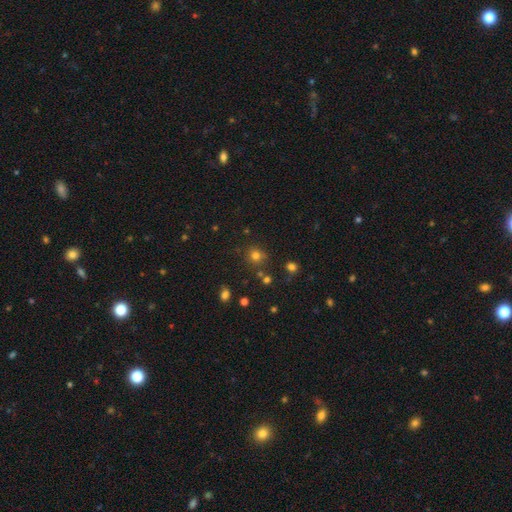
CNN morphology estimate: This is likely a smooth galaxy (74%). How rounded: clearly round (86%). Merging: likely none (78%).